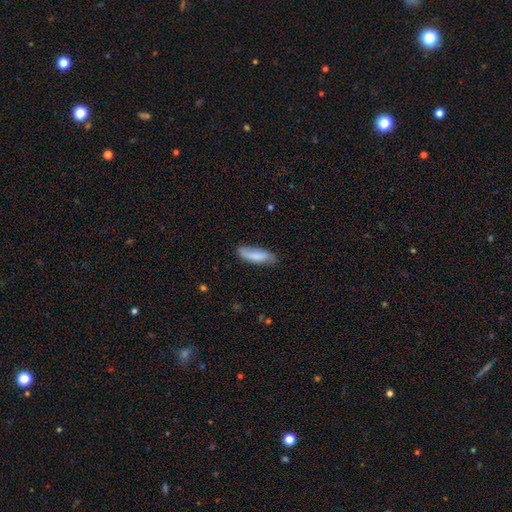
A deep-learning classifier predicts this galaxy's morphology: This appears to be a smooth galaxy with no disk features (76%) that is in between round and cigar-shaped (51%). Merging: none (71%).